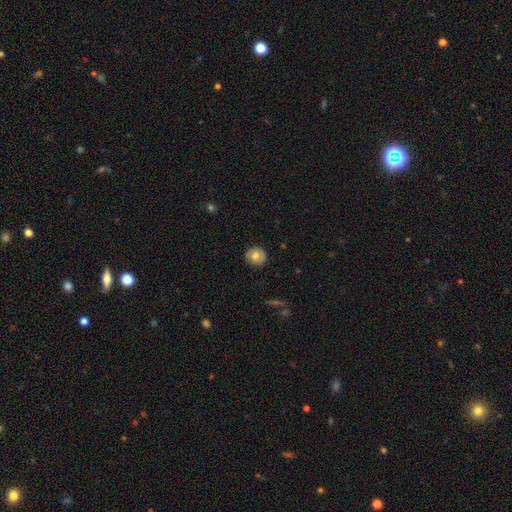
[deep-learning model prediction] Morphology: type=smooth (70%); roundness=round (88%); merging=none (86%).